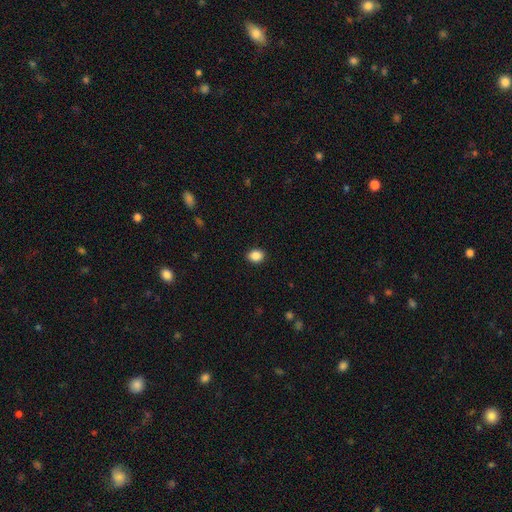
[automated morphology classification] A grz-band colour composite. It shows a smooth galaxy with no disk features (88%) that is round (50%). Merging: none (90%).